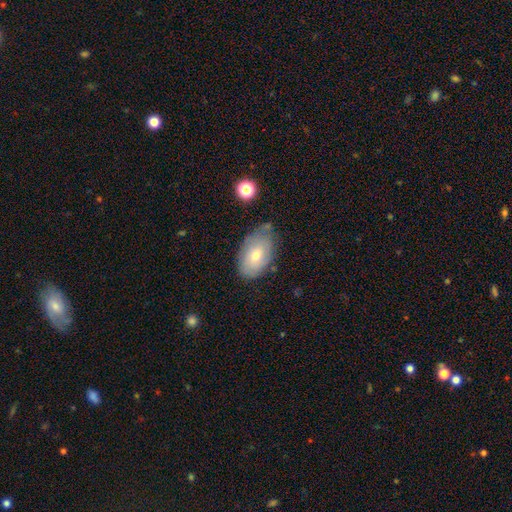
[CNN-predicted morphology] Smooth or featured: smooth — 65% (featured or disk — 27%)
How rounded: in between — 92% (round — 7%)
Merging: none — 66% (minor disturbance — 24%)